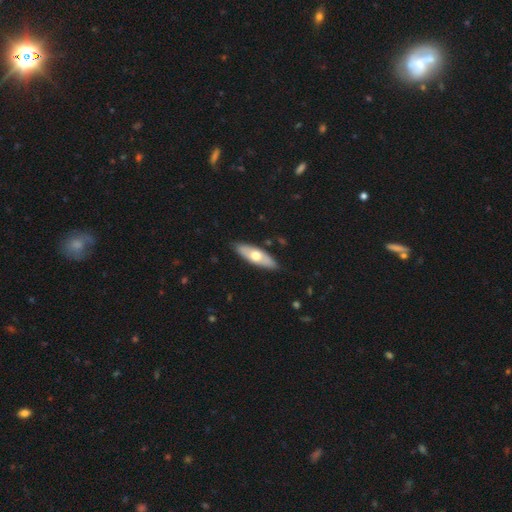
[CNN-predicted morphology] Smooth or featured? Predicted: smooth (p=0.52). How rounded? Predicted: in between (p=0.61). Merging? Predicted: none (p=0.86).